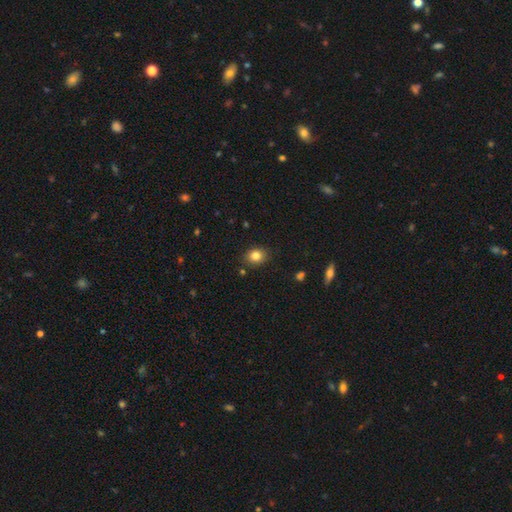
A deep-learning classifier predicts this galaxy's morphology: smooth 83%, star or artifact 10%, featured or disk 6%. Down the decision tree: how rounded — round (54%); merging — none (85%).